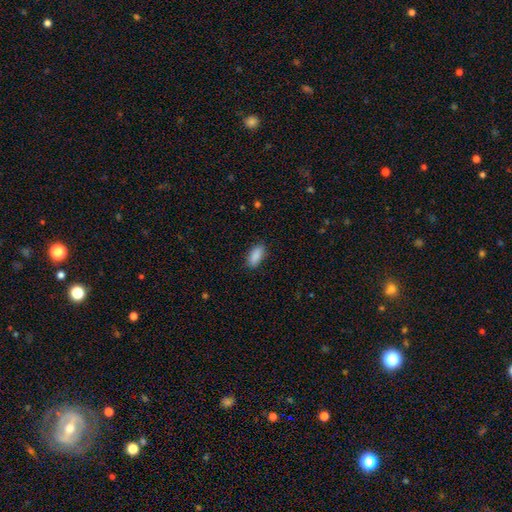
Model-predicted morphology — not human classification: Smooth or featured?
  - smooth: 90% *
  - star or artifact: 7%
  - featured or disk: 4%
How rounded?
  - in between: 87% *
  - cigar-shaped: 11%
  - round: 2%
Merging?
  - none: 86% *
  - minor disturbance: 10%
  - major disturbance: 2%
  - merger: 1%